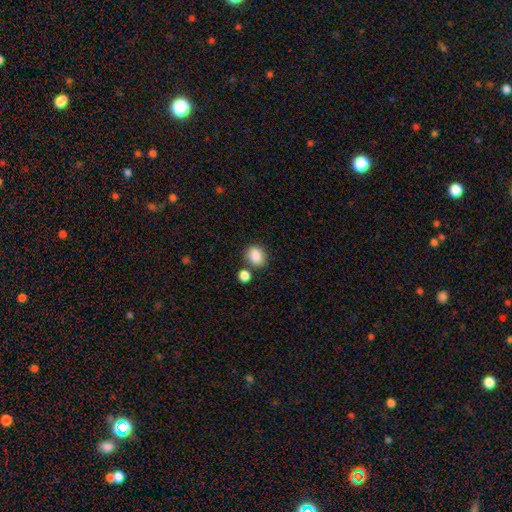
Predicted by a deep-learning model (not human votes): smooth 86%, star or artifact 9%, featured or disk 5%. Down the decision tree: how rounded — round (50%); merging — none (70%).